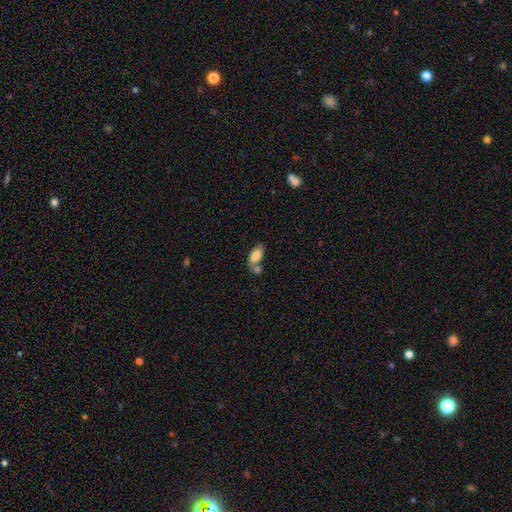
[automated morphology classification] A smooth galaxy with no disk features (82%) that is in between round and cigar-shaped (91%).

Vote fractions:
- Smooth or featured? smooth: 82% / featured or disk: 11% / star or artifact: 7%
- How rounded? in between: 91% / cigar-shaped: 6% / round: 4%
- Merging? none: 45% / merger: 35% / minor disturbance: 15% / major disturbance: 5%